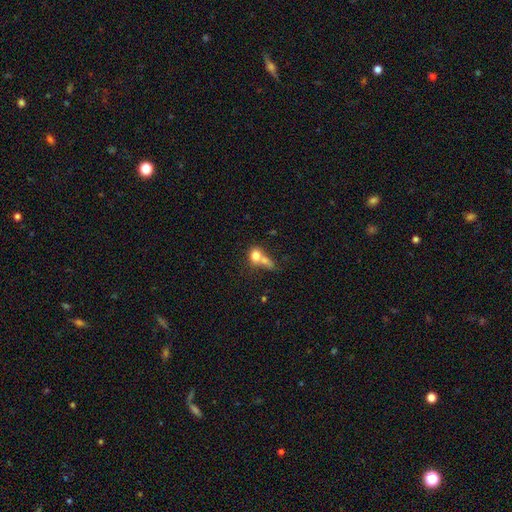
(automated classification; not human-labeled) Smooth or featured? smooth (72%)
How rounded? round (55%)
Merging? merger (60%)